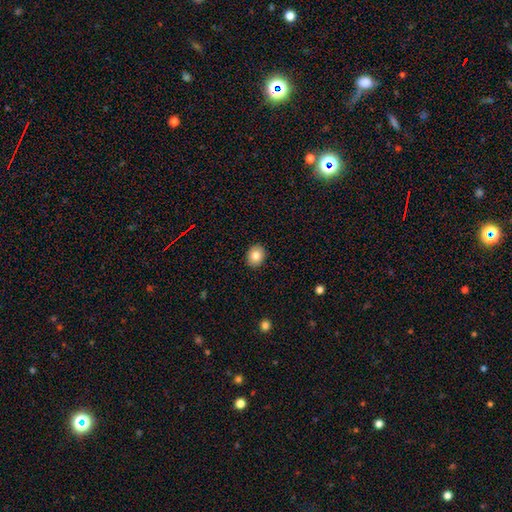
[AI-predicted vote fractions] Smooth or featured? smooth (83%)
How rounded? round (63%)
Merging? none (91%)